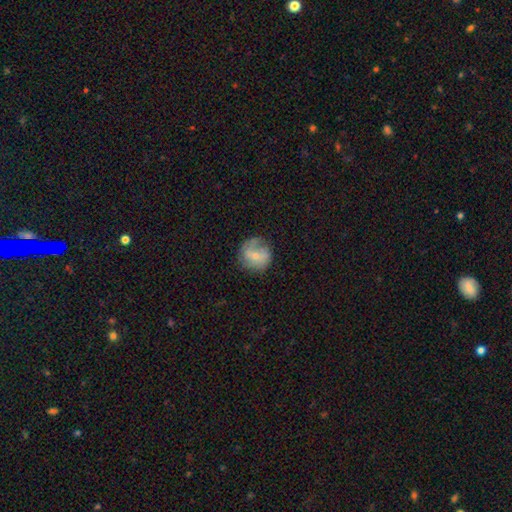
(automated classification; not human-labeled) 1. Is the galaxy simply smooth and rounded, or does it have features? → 52% smooth, 40% featured or disk, 8% star or artifact.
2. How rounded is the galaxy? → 86% round, 13% in between, 1% cigar-shaped.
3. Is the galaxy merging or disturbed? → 63% none, 23% minor disturbance, 12% major disturbance, 3% merger.